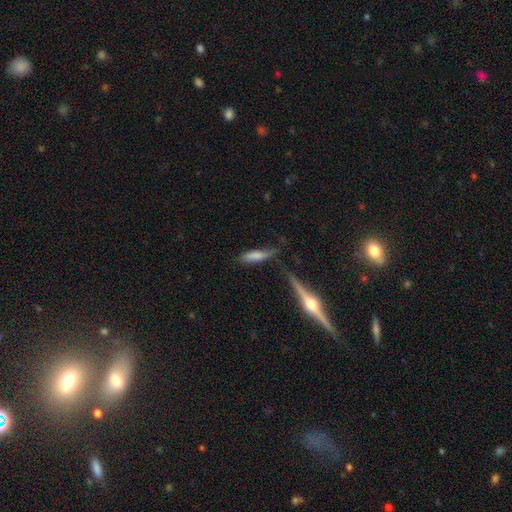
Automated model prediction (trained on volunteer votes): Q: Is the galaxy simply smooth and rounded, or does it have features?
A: smooth — 74%.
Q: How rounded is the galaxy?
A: cigar-shaped — 65%.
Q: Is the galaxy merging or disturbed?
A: none — 52%.